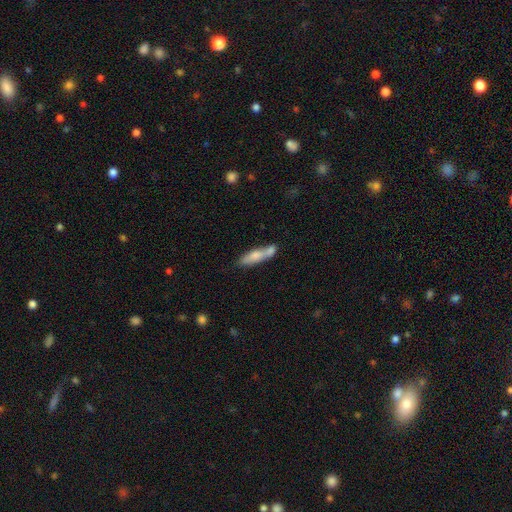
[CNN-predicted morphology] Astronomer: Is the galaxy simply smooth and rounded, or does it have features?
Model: smooth — 68%.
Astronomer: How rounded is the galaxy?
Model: cigar-shaped — 67%.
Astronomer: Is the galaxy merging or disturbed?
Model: none — 43% (runner-up: merger, 33%).